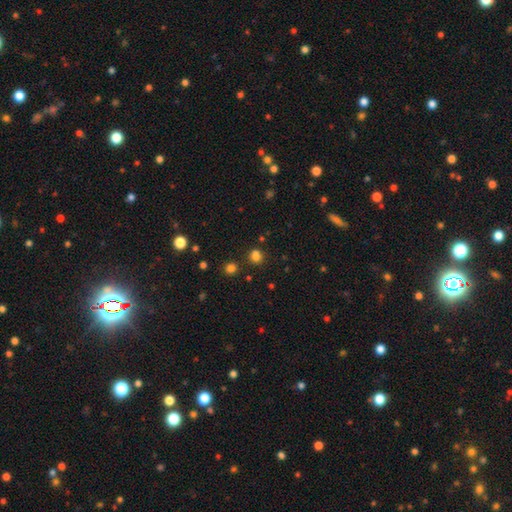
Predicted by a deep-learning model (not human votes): Q: Smooth or featured?
A: smooth (74%); runner-up: star or artifact (21%)
Q: How rounded?
A: round (75%); runner-up: in between (24%)
Q: Merging?
A: none (78%); runner-up: minor disturbance (10%)